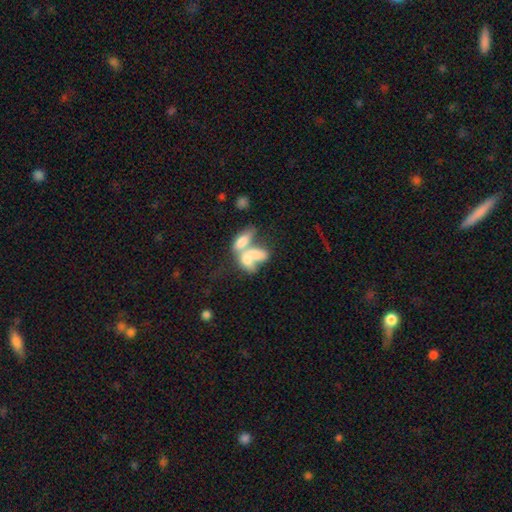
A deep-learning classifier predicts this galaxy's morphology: A featured or disk galaxy (43%). Merging: merger (63%).